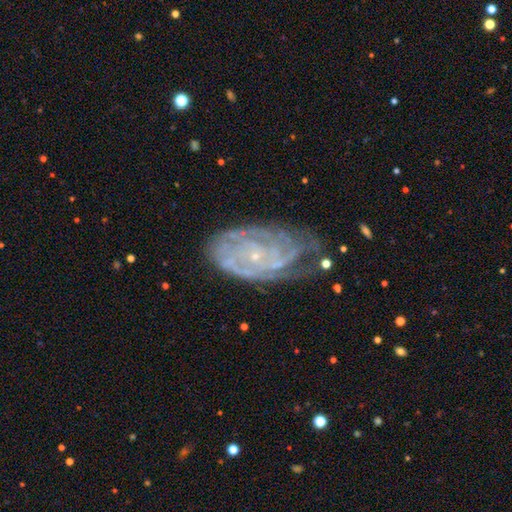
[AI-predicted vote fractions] smooth-or-featured: featured or disk: 82% | smooth: 9% | star or artifact: 8%
  disk-edge-on: no: 95% | yes: 5%
    bar: no: 76% | weak: 19% | strong: 6%
    has-spiral-arms: yes: 94% | no: 6%
      spiral-winding: tight: 74% | medium: 21% | loose: 5%
      spiral-arm-count: can't tell: 36% | 2: 18% | 3: 17% | 4: 15% | more than 4: 8% | 1: 7%
    bulge-size: small: 86% | moderate: 9% | none: 3% | large: 1% | dominant: 1%
  merging: none: 60% | minor disturbance: 26% | major disturbance: 11% | merger: 2%